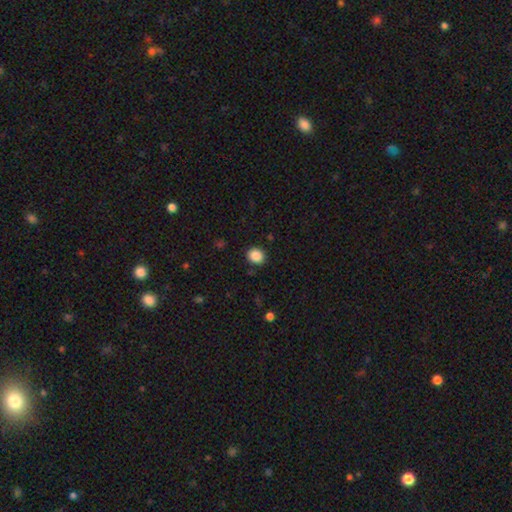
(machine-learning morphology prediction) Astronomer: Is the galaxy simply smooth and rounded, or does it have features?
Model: smooth — 87%.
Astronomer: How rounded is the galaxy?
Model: round — 69%.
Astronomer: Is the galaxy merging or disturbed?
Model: none — 89%.